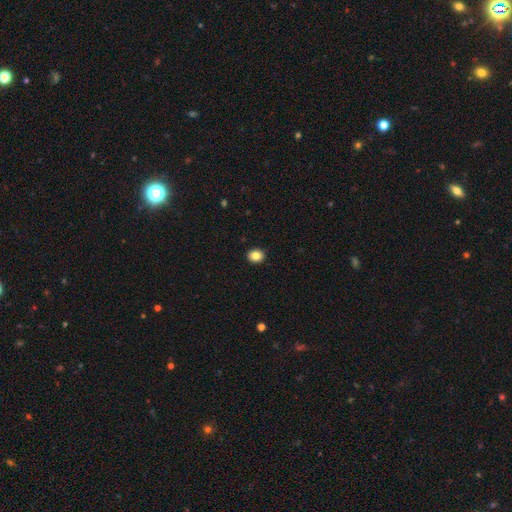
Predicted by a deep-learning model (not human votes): The model was most divided on "how rounded": round: 65%, in between: 35%, cigar-shaped: 1%. More confident: merging — none (92%); smooth or featured — smooth (85%).